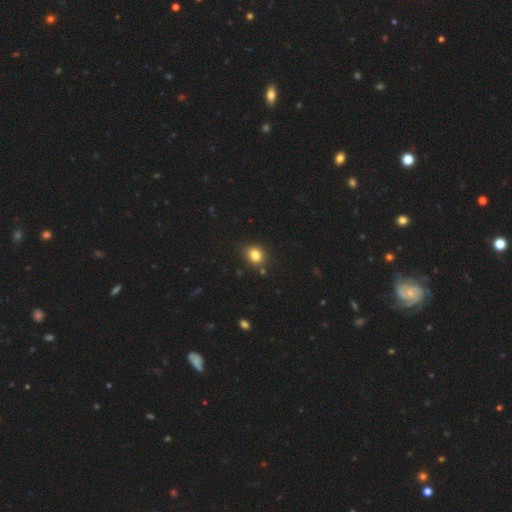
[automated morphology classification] This is clearly a smooth galaxy (82%). How rounded: possibly round (54%). Merging: clearly none (82%).